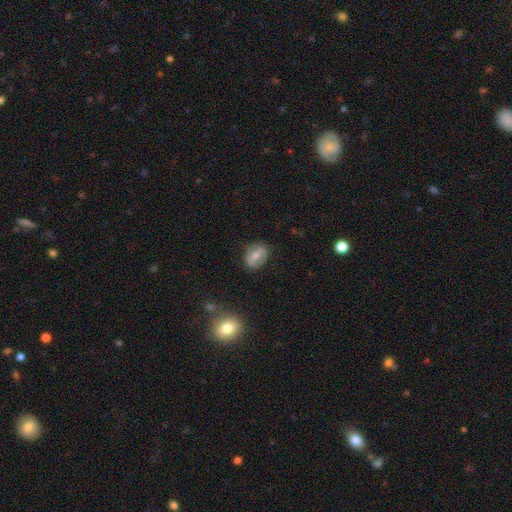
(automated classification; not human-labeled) Smooth or featured? smooth (51%)
How rounded? in between (68%)
Merging? none (80%)